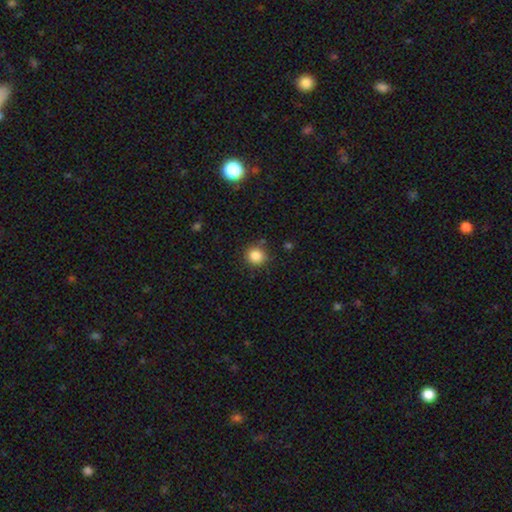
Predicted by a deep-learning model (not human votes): A smooth galaxy with no disk features (85%) that is round (88%).

Vote fractions:
- Smooth or featured? smooth: 85% / star or artifact: 11% / featured or disk: 4%
- How rounded? round: 88% / in between: 11% / cigar-shaped: 1%
- Merging? none: 85% / minor disturbance: 10% / major disturbance: 3% / merger: 3%